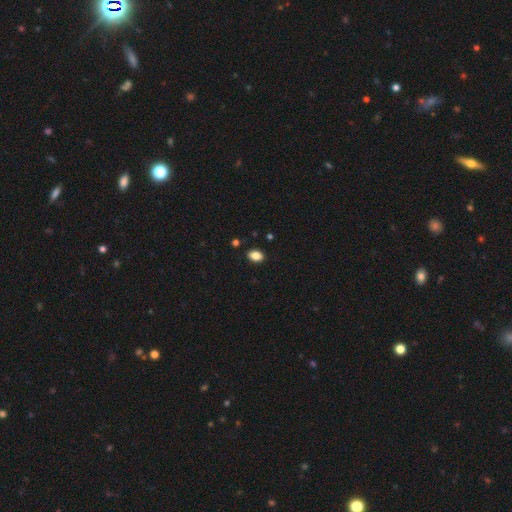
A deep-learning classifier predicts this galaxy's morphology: smooth 86%, star or artifact 10%, featured or disk 5%. Down the decision tree: how rounded — in between (80%); merging — none (88%).